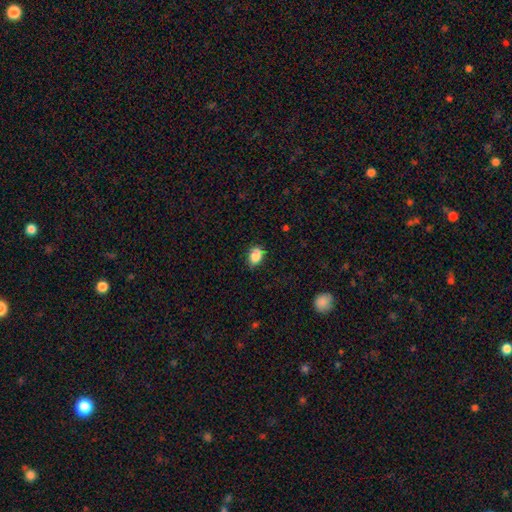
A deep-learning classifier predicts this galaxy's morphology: A smooth galaxy with no disk features (88%) that is in between round and cigar-shaped (79%).

Vote fractions:
- Smooth or featured? smooth: 88% / star or artifact: 8% / featured or disk: 4%
- How rounded? in between: 79% / round: 19% / cigar-shaped: 1%
- Merging? none: 83% / minor disturbance: 13% / major disturbance: 3% / merger: 1%